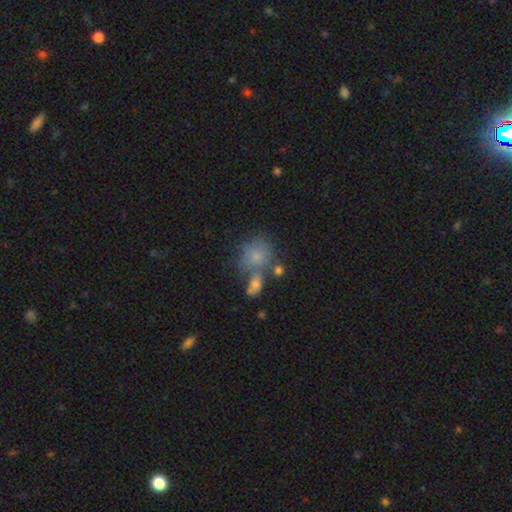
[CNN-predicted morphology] smooth_or_featured: smooth (p=0.71) [alt: featured or disk p=0.18]
how_rounded: round (p=0.60) [alt: in between p=0.38]
merging: none (p=0.36) [tied with: merger p=0.36]